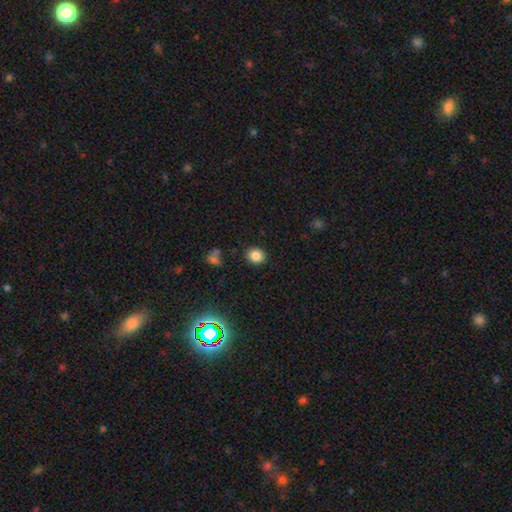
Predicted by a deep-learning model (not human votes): Morphology: type=smooth (83%); roundness=round (72%); merging=none (88%).